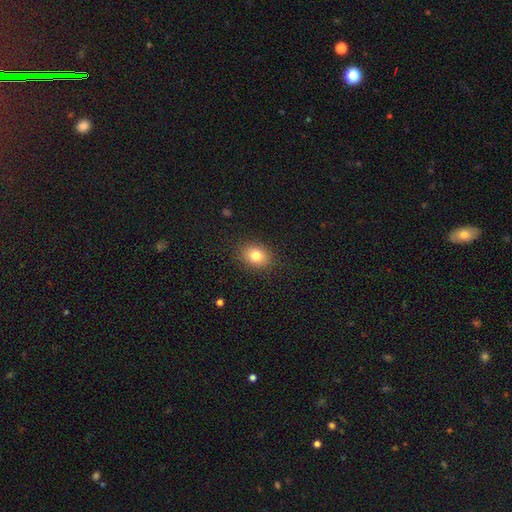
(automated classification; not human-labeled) Q: Smooth or featured?
A: smooth (80%); runner-up: star or artifact (11%)
Q: How rounded?
A: round (52%); runner-up: in between (47%)
Q: Merging?
A: none (88%); runner-up: minor disturbance (8%)